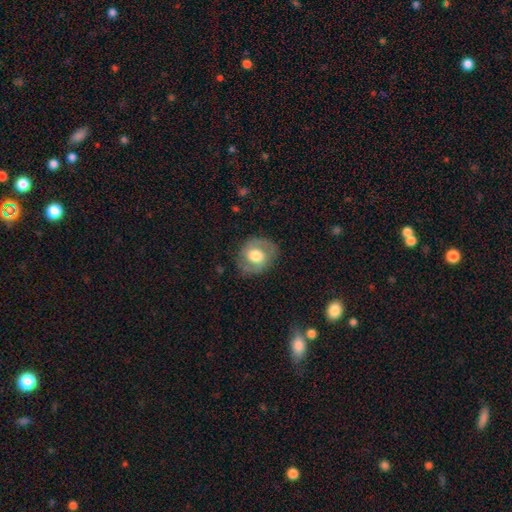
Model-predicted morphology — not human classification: Smooth or featured?
  - featured or disk: 50% *
  - smooth: 43%
  - star or artifact: 7%
Edge-on disk?
  - no: 96% *
  - yes: 4%
Merging?
  - none: 78% *
  - minor disturbance: 15%
  - major disturbance: 6%
  - merger: 1%